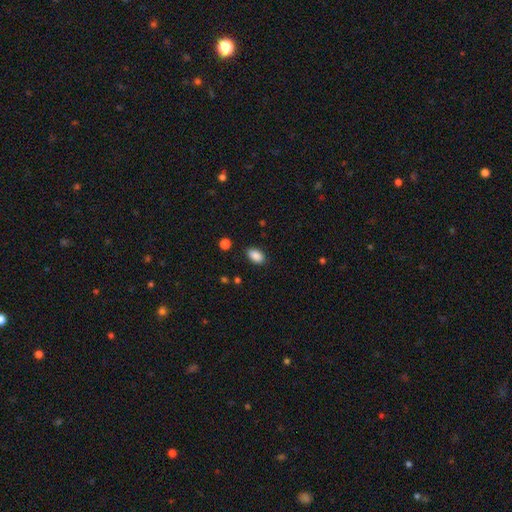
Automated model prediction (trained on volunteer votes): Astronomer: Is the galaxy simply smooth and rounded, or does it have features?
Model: smooth — 88%.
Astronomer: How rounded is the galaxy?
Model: in between — 91%.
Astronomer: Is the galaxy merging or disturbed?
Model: none — 86%.